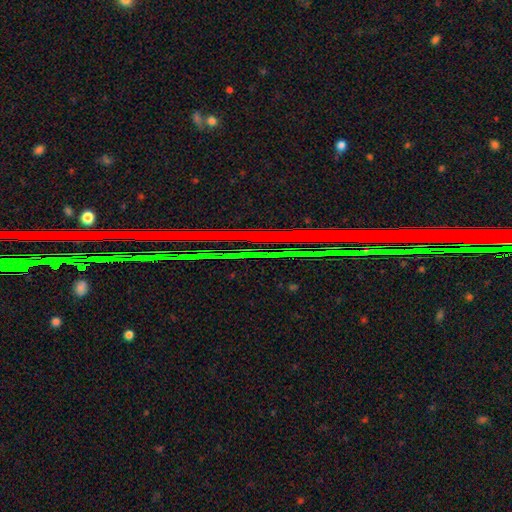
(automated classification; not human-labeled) This appears to be a star or artifact, not a galaxy (82%).